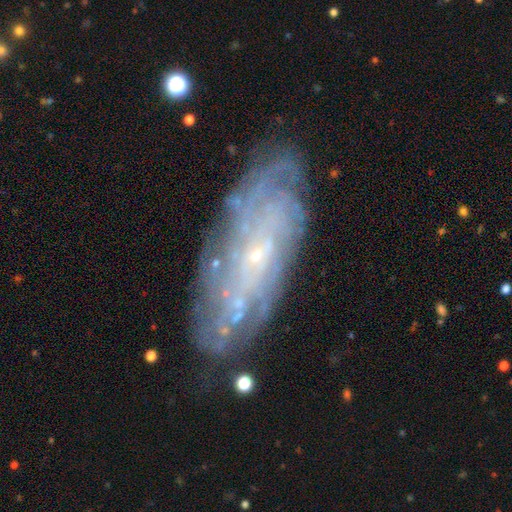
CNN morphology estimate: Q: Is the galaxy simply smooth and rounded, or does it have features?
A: featured or disk — 80%.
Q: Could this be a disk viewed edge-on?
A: no — 88%.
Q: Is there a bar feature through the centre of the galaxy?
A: no — 72%.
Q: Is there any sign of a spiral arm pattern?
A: yes — 91%.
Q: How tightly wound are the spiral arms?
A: tight — 75%.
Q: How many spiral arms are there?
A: can't tell — 49%.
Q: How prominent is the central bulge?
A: small — 86%.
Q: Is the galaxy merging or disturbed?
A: none — 81%.